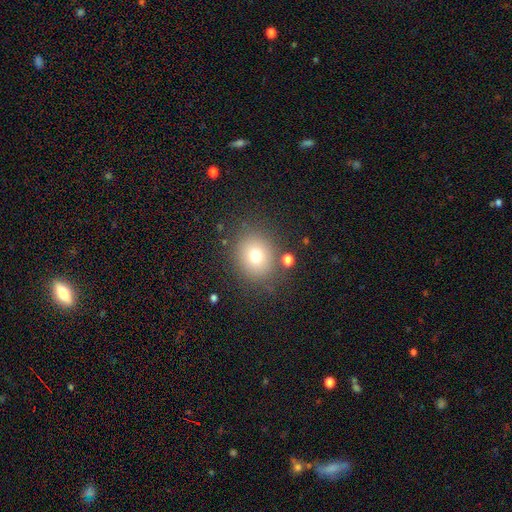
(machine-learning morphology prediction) smooth 73%, star or artifact 15%, featured or disk 12%. Down the decision tree: how rounded — round (74%); merging — none (81%).